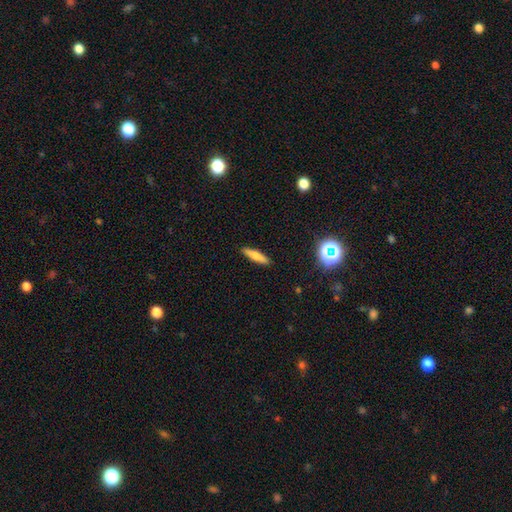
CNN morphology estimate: Smooth or featured: smooth — 71% (featured or disk — 20%)
How rounded: cigar-shaped — 81% (in between — 17%)
Merging: none — 89% (minor disturbance — 8%)